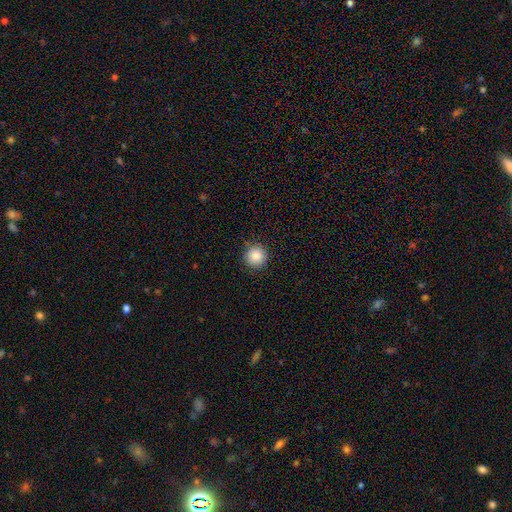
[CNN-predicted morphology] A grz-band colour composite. It shows a smooth galaxy with no disk features (88%) that is round (95%). Merging: none (89%).